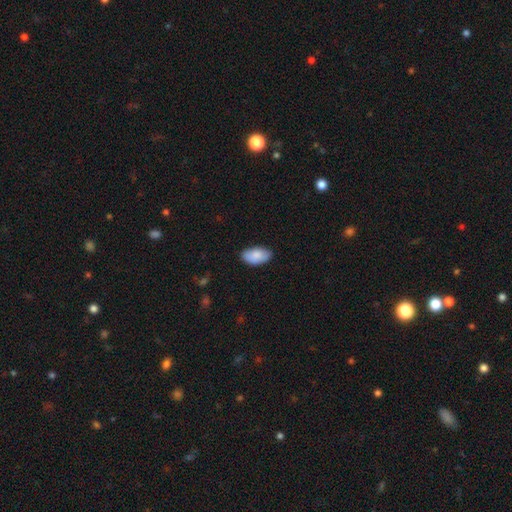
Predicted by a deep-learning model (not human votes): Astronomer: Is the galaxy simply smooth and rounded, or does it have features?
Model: smooth — 86%.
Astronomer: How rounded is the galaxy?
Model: in between — 95%.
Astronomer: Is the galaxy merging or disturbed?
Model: none — 79%.